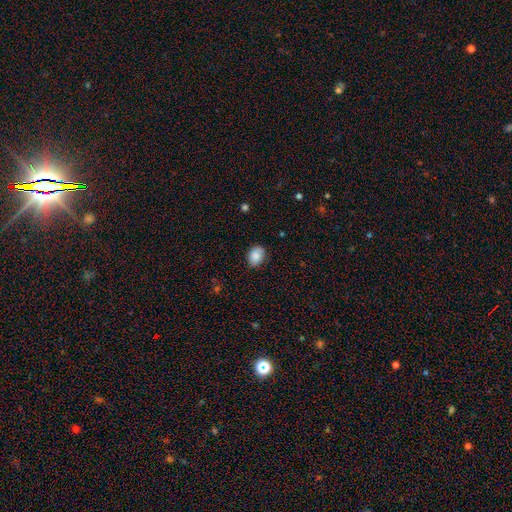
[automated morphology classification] smooth_or_featured: smooth (p=0.86) [alt: star or artifact p=0.08]
how_rounded: in between (p=0.69) [alt: round p=0.30]
merging: none (p=0.80) [alt: minor disturbance p=0.16]